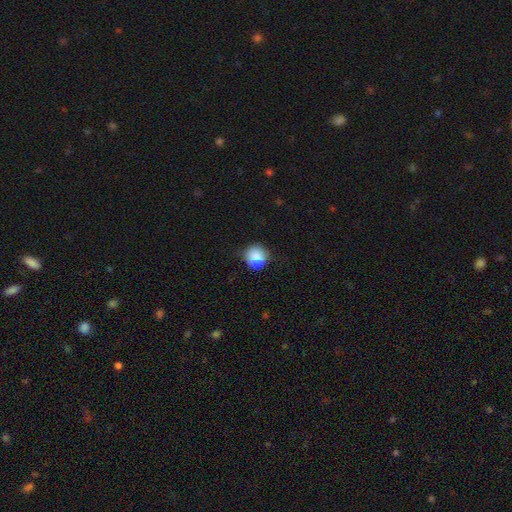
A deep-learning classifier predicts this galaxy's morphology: A smooth galaxy with no disk features (85%) that is round (79%). Merging: none (64%).